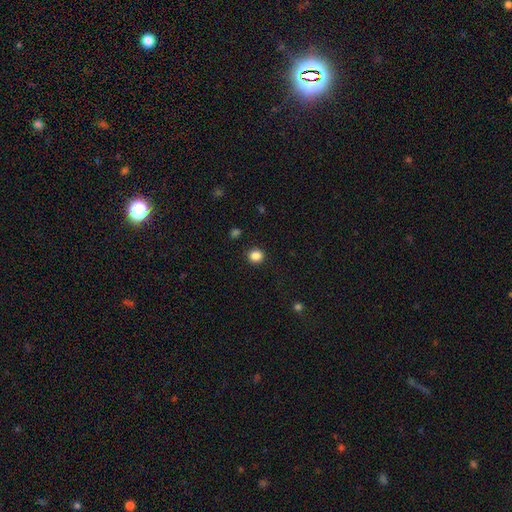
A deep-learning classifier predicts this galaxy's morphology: smooth-or-featured: smooth: 85% | star or artifact: 11% | featured or disk: 4%
  how-rounded: round: 88% | in between: 11% | cigar-shaped: 1%
  merging: none: 92% | minor disturbance: 5% | major disturbance: 2% | merger: 1%